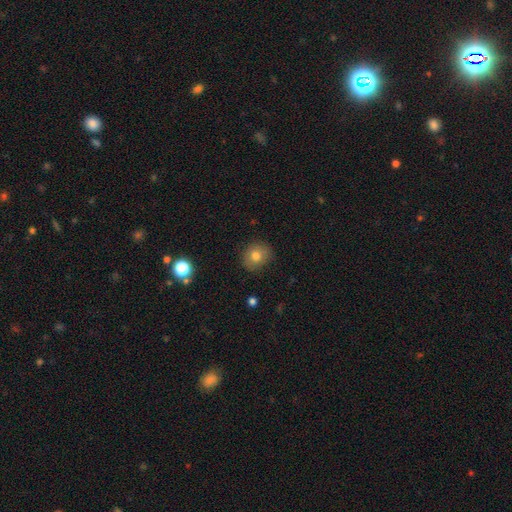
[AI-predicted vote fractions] Smooth or featured: smooth — 77% (featured or disk — 12%)
How rounded: round — 70% (in between — 29%)
Merging: none — 84% (minor disturbance — 12%)